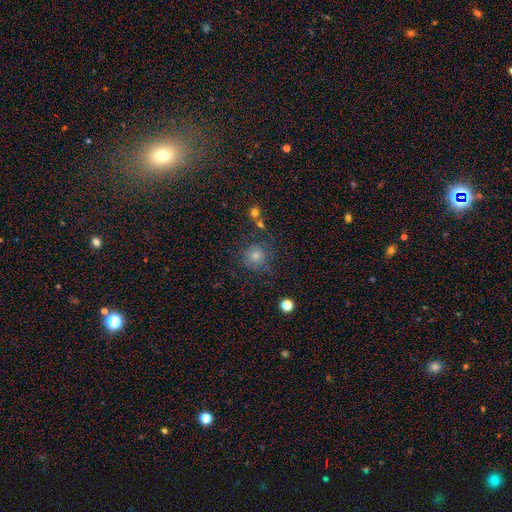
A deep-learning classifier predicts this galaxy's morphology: Overall: smooth (62%; star or artifact 25%). How rounded: round (93%). Merging: none (78%).